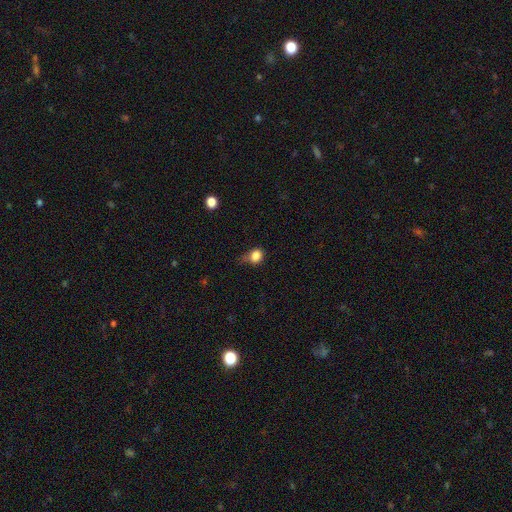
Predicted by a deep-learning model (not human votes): smooth-or-featured: smooth: 84% | star or artifact: 10% | featured or disk: 6%
  how-rounded: round: 52% | in between: 46% | cigar-shaped: 1%
  merging: none: 41% | minor disturbance: 39% | major disturbance: 17% | merger: 3%